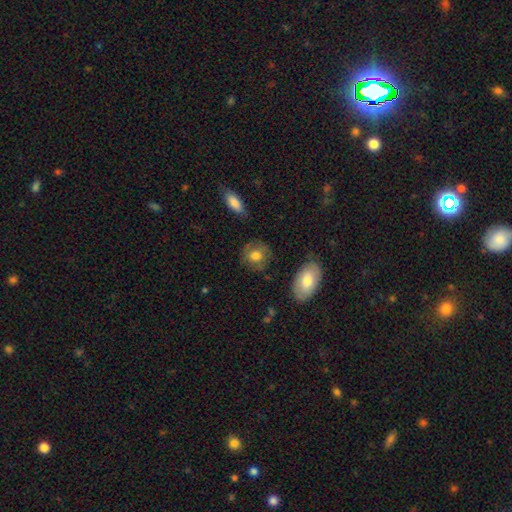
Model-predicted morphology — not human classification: A smooth galaxy with no disk features (70%) that is round (76%).

Vote fractions:
- Smooth or featured? smooth: 70% / featured or disk: 23% / star or artifact: 8%
- How rounded? round: 76% / in between: 23% / cigar-shaped: 1%
- Merging? none: 75% / minor disturbance: 17% / major disturbance: 6% / merger: 3%